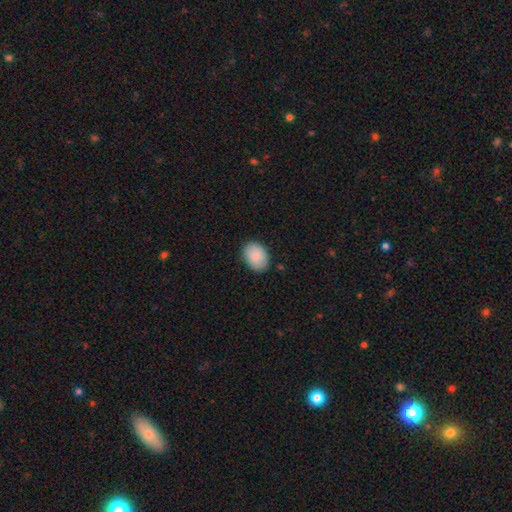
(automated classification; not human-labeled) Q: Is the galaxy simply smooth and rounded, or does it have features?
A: smooth — 88%.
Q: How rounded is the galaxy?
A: in between — 77%.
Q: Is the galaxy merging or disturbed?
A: none — 84%.